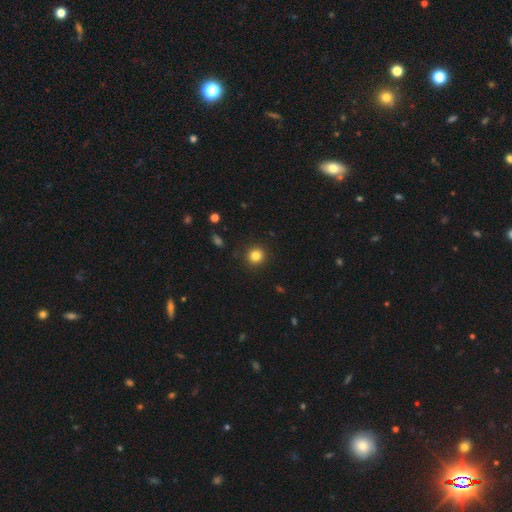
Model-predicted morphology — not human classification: Smooth or featured? Predicted: smooth (p=0.83). How rounded? Predicted: round (p=0.93). Merging? Predicted: none (p=0.91).